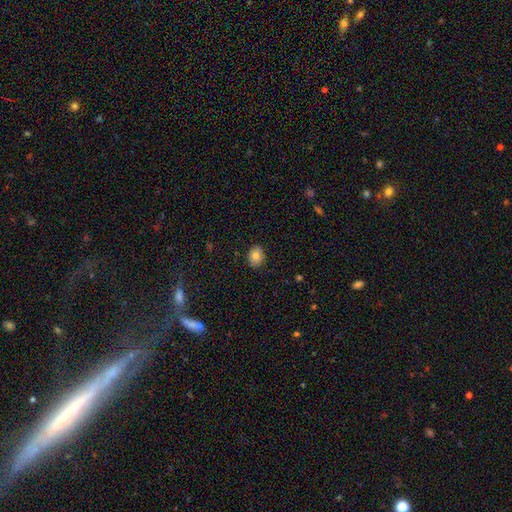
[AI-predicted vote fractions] Overall: smooth (81%). How rounded: in between (59%; round 40%). Merging: none (86%).